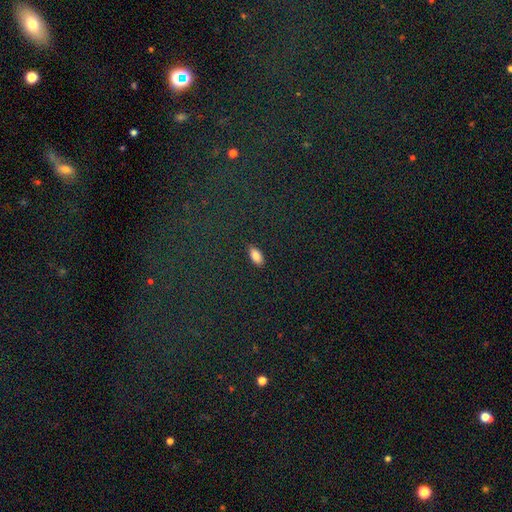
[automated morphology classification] The model was most divided on "smooth or featured": smooth: 85%, star or artifact: 9%, featured or disk: 6%. More confident: how rounded — in between (91%); merging — none (89%).